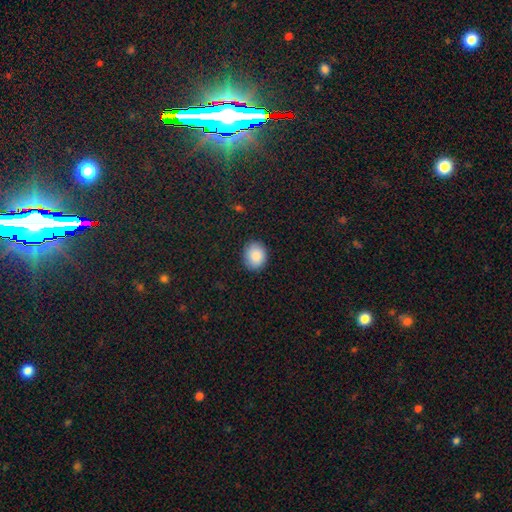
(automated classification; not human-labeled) The model was most divided on "how rounded": round: 66%, in between: 34%, cigar-shaped: 1%. More confident: merging — none (89%); smooth or featured — smooth (88%).